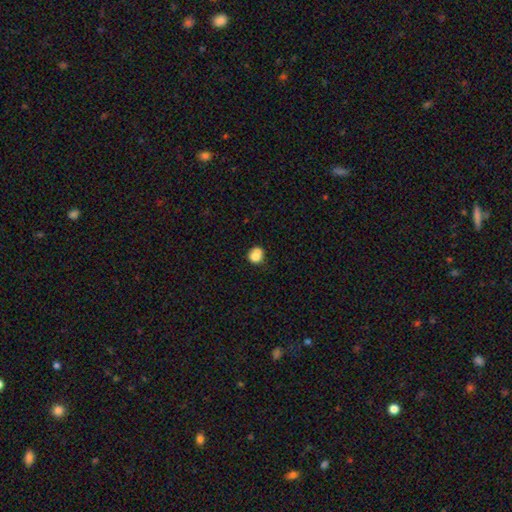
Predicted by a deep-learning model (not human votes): Q: Smooth or featured?
A: smooth (76%); runner-up: featured or disk (14%)
Q: How rounded?
A: round (79%); runner-up: in between (20%)
Q: Merging?
A: none (45%); runner-up: merger (33%)